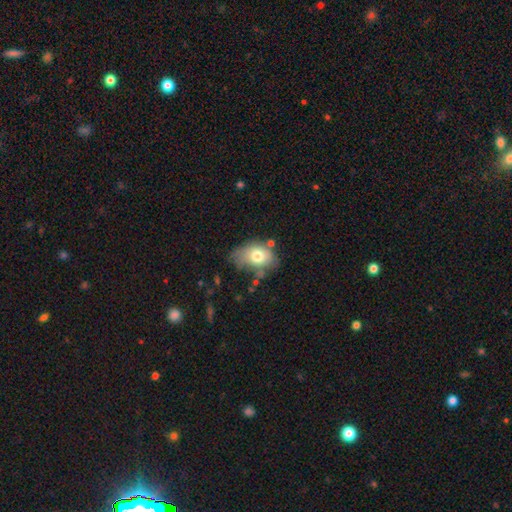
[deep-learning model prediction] A smooth galaxy with no disk features (62%) that is in between round and cigar-shaped (78%). Merging: none (45%).